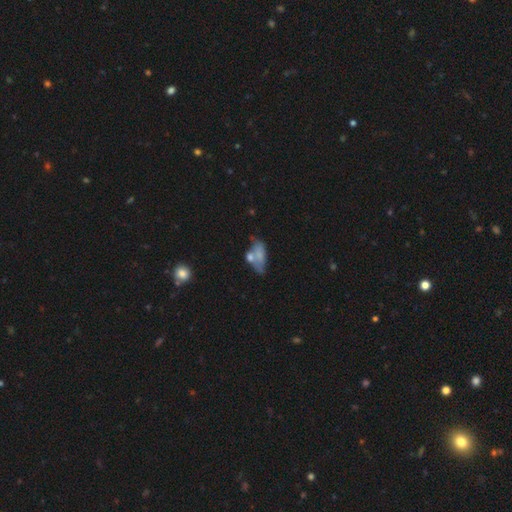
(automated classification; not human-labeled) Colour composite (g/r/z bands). It shows a smooth galaxy with no disk features (62%) that is in between round and cigar-shaped (84%). Merging: none (34%).